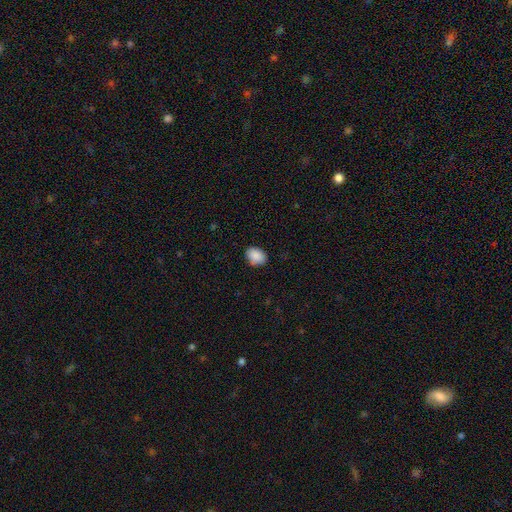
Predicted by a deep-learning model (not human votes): A smooth galaxy with no disk features (89%) that is in between round and cigar-shaped (72%). Merging: none (80%).